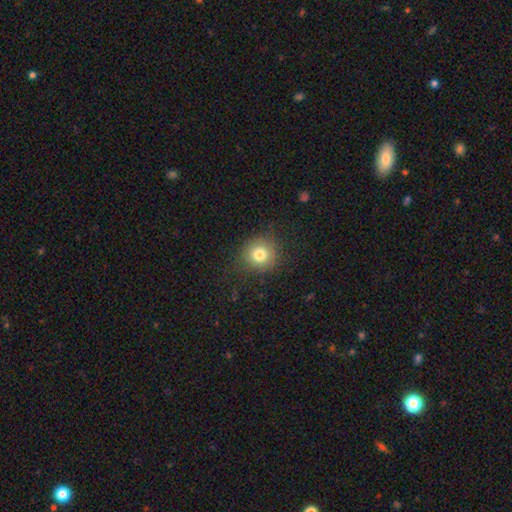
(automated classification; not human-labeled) smooth_or_featured: smooth (p=0.72) [alt: star or artifact p=0.22]
how_rounded: round (p=0.89) [alt: in between p=0.10]
merging: none (p=0.89) [alt: minor disturbance p=0.08]